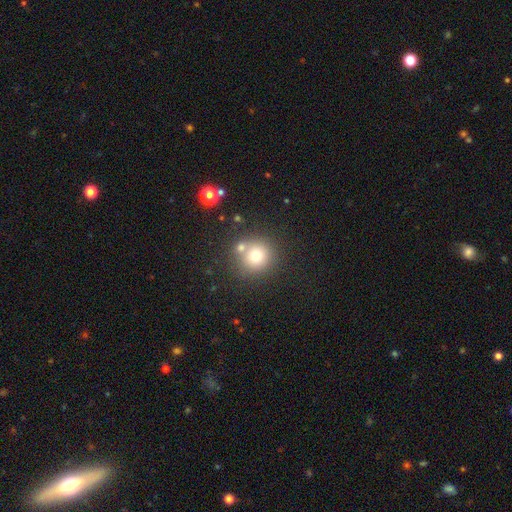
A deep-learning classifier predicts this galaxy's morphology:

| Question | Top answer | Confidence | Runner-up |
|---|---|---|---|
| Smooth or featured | smooth | 73% | star or artifact (14%) |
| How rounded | round | 91% | in between (8%) |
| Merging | none | 67% | merger (21%) |